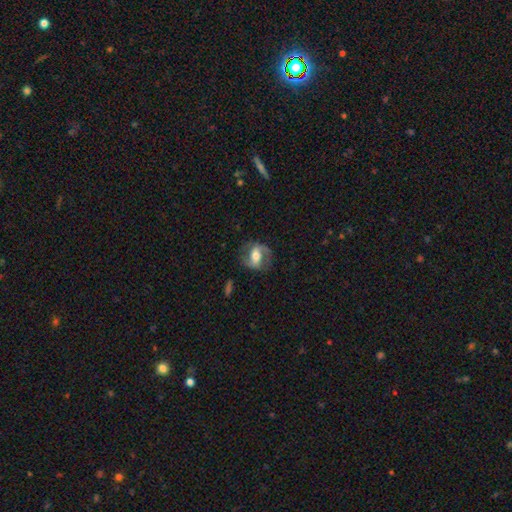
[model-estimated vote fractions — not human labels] Overall: featured or disk (71%). Edge-on disk: no (95%). Bar: strong (40%; weak 38%). Spiral arms: yes (86%). Spiral arm count: 2 (85%). Spiral winding: medium (49%; loose 30%). Bulge size: moderate (61%). Merging: none (72%).